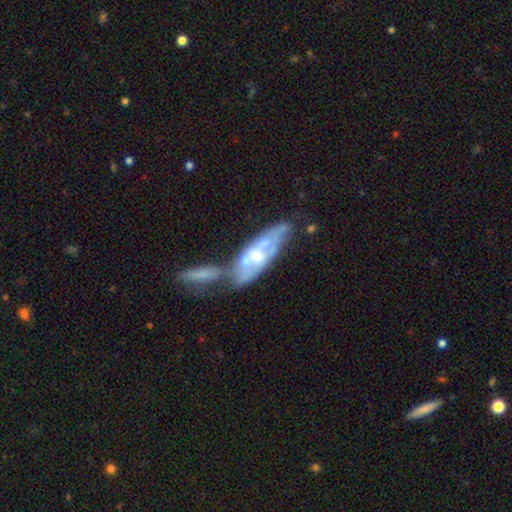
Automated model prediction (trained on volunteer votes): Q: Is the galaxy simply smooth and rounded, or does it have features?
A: featured or disk — 63%.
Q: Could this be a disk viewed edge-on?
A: no — 75%.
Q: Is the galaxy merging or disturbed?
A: merger — 48%.